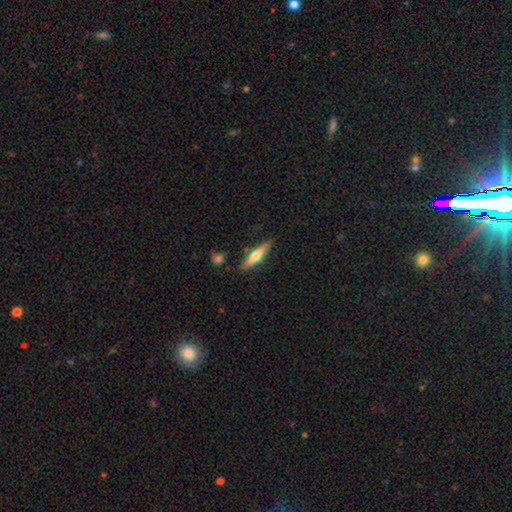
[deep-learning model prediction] smooth 48%, featured or disk 46%, star or artifact 6%. Down the decision tree: merging — none (84%).